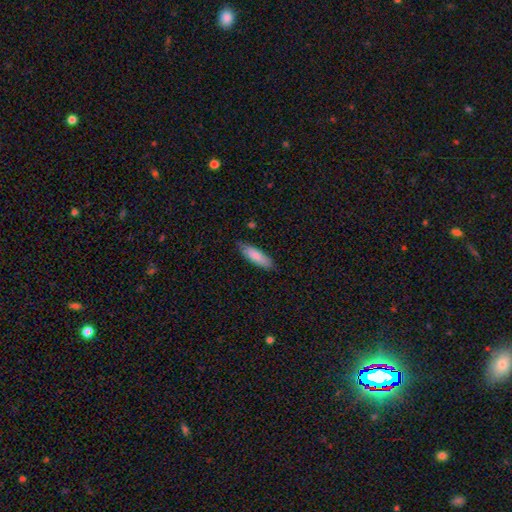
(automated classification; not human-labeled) The model was most divided on "how rounded": cigar-shaped: 55%, in between: 44%, round: 1%. More confident: smooth or featured — smooth (84%); merging — none (81%).